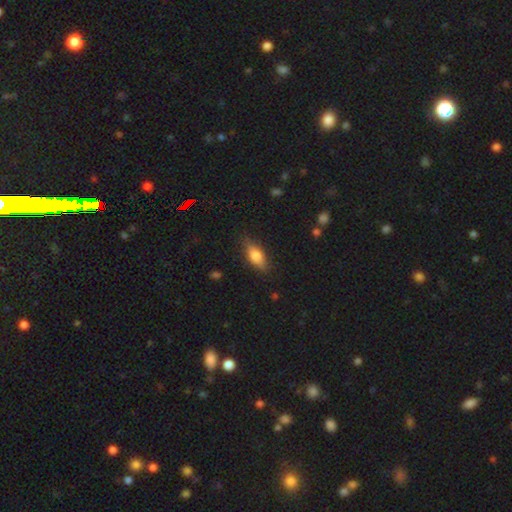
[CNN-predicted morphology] Smooth or featured? smooth (76%)
How rounded? in between (79%)
Merging? none (80%)